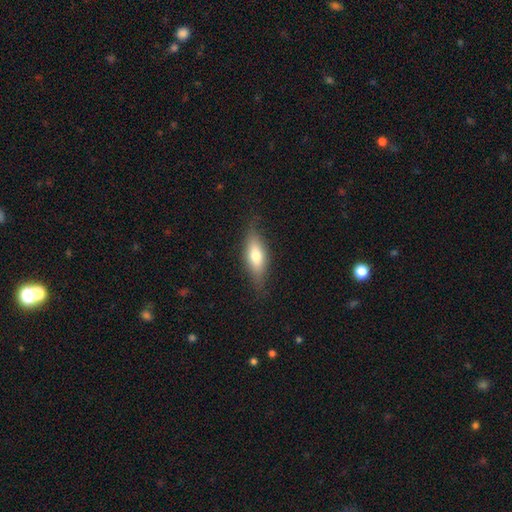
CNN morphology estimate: This is likely a smooth galaxy (63%). How rounded: likely in between (66%). Merging: likely none (76%).